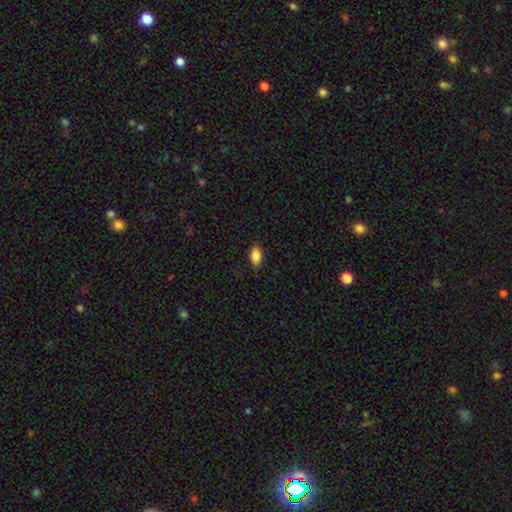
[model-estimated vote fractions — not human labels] This is clearly a smooth galaxy (85%). How rounded: clearly in between (89%). Merging: clearly none (85%).